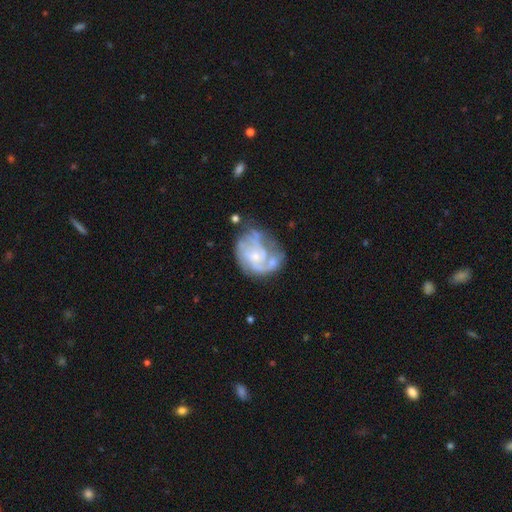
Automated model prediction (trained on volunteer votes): Smooth or featured? Predicted: featured or disk (p=0.75). Edge-on disk? Predicted: no (p=0.98). Bar? Predicted: no (p=0.74). Spiral arms? Predicted: yes (p=0.77). Spiral winding? Predicted: tight (p=0.45). Spiral arm count? Predicted: can't tell (p=0.39). Bulge size? Predicted: small (p=0.56). Merging? Predicted: none (p=0.40).